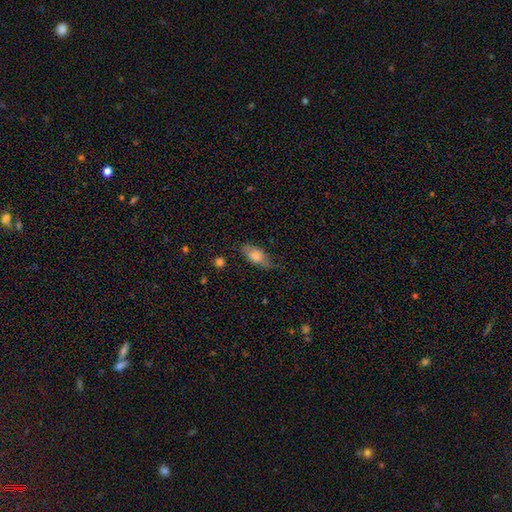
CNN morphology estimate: Smooth or featured? Predicted: smooth (p=0.72). How rounded? Predicted: in between (p=0.85). Merging? Predicted: none (p=0.63).